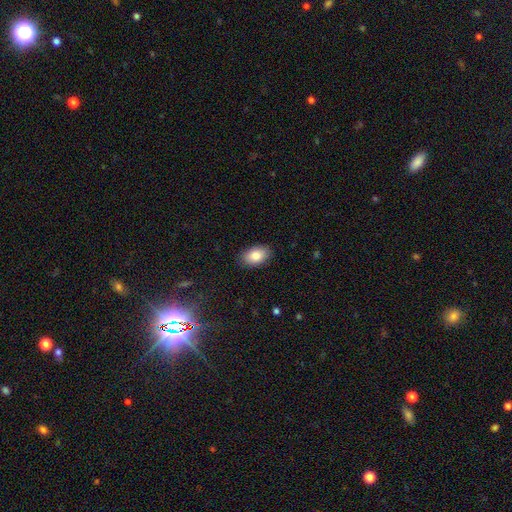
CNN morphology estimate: smooth_or_featured: smooth (p=0.83) [alt: featured or disk p=0.09]
how_rounded: in between (p=0.91) [alt: round p=0.08]
merging: none (p=0.87) [alt: minor disturbance p=0.10]